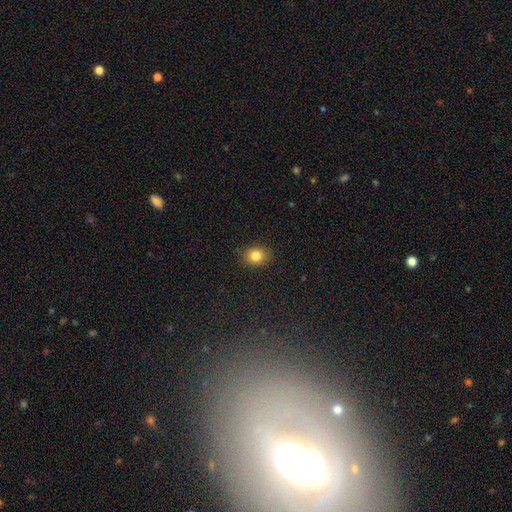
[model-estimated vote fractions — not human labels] This appears to be a smooth galaxy with no disk features (82%) that is round (56%). Merging: none (86%).